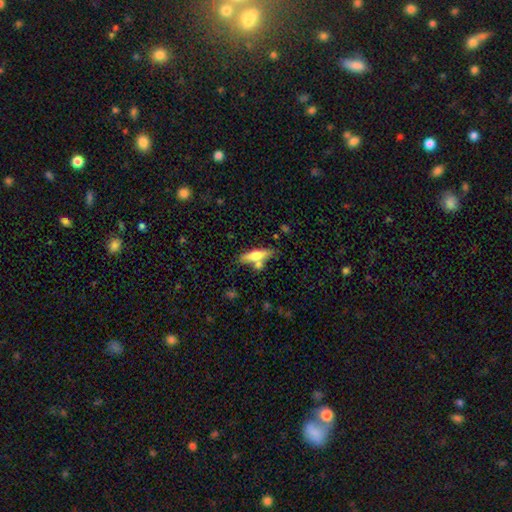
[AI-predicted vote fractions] Morphology: type=smooth (61%); roundness=cigar-shaped (61%); merging=none (62%).